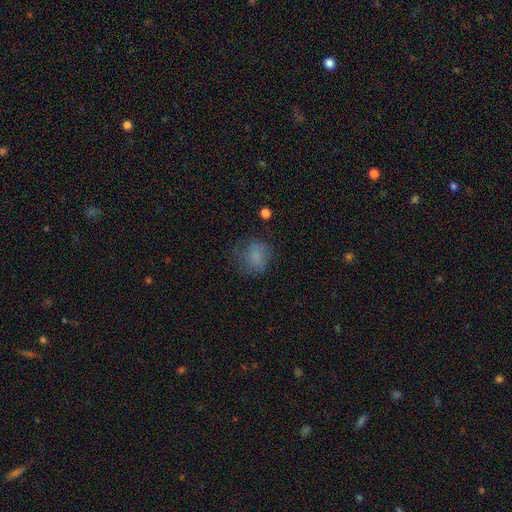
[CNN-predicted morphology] Smooth or featured: smooth — 72% (featured or disk — 15%)
How rounded: round — 66% (in between — 33%)
Merging: none — 60% (minor disturbance — 23%)